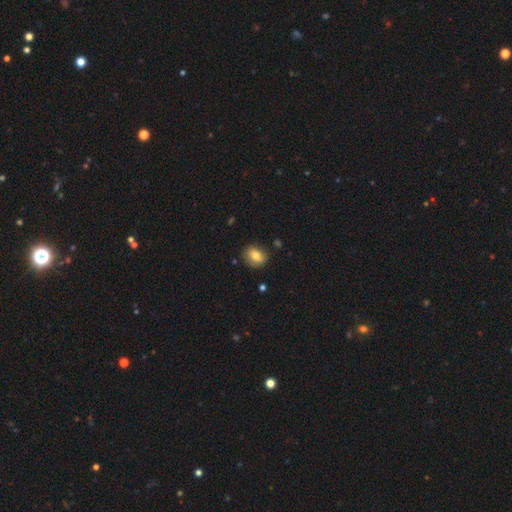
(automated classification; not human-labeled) Morphology: type=smooth (76%); roundness=round (54%); merging=none (83%).